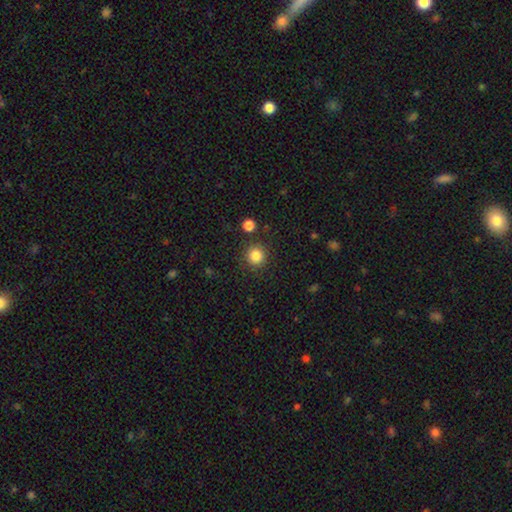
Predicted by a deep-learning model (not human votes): Smooth or featured: smooth — 84% (star or artifact — 11%)
How rounded: round — 94% (in between — 5%)
Merging: none — 87% (minor disturbance — 7%)